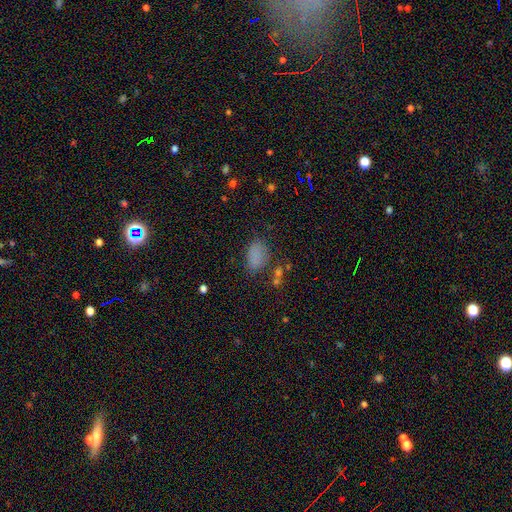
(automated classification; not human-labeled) Q: Smooth or featured?
A: smooth (80%); runner-up: star or artifact (14%)
Q: How rounded?
A: in between (88%); runner-up: round (11%)
Q: Merging?
A: none (71%); runner-up: minor disturbance (19%)